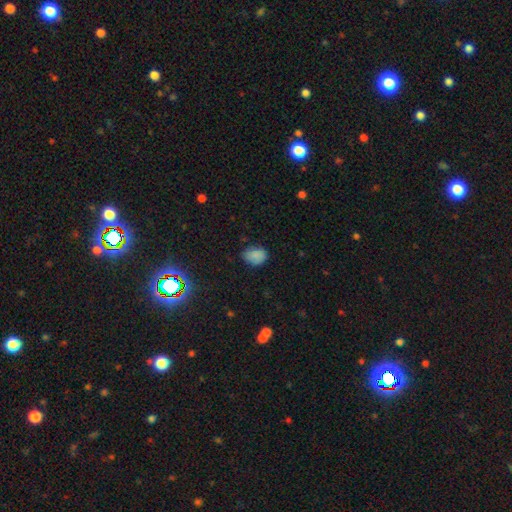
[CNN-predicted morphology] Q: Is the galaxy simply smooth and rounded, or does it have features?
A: smooth — 81%.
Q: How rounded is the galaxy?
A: in between — 66%.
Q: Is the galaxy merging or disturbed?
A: none — 68%.